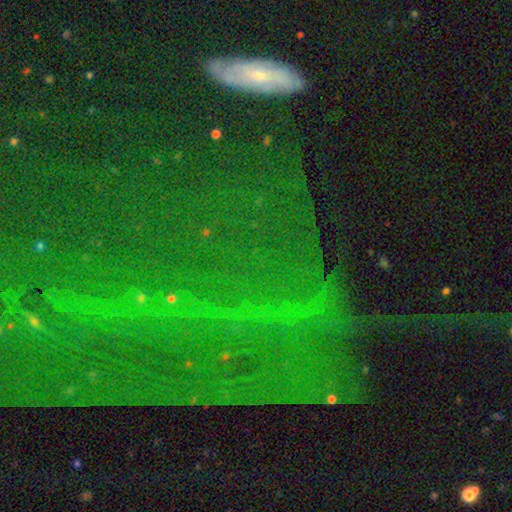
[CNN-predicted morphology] This appears to be a star or artifact, not a galaxy (67%).